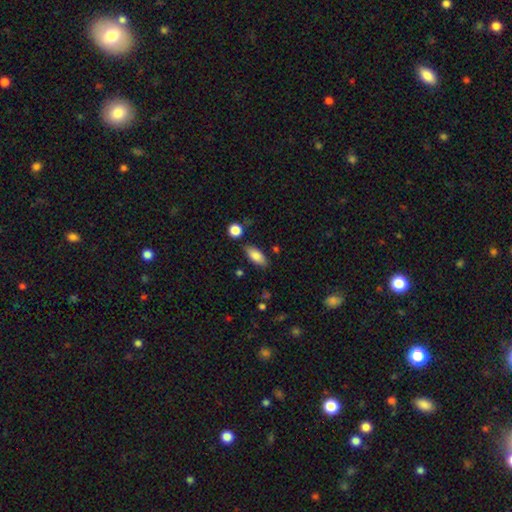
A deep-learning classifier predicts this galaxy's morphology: Overall: smooth (84%). How rounded: in between (86%). Merging: none (81%).